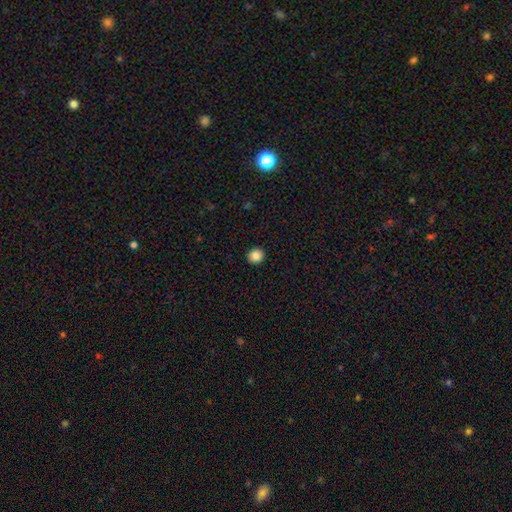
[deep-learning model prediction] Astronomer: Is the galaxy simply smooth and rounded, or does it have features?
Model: smooth — 86%.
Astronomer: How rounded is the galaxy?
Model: round — 86%.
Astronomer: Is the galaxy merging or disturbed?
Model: none — 92%.